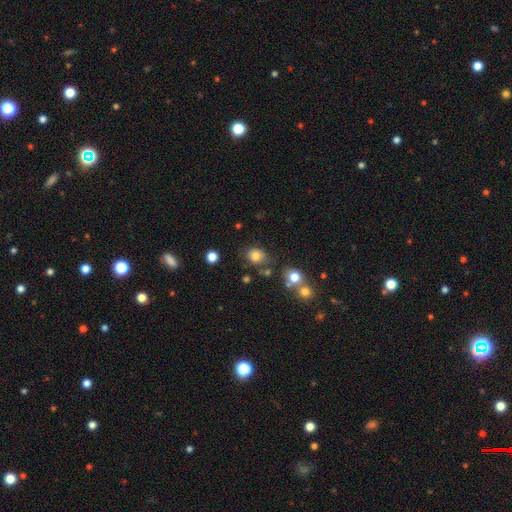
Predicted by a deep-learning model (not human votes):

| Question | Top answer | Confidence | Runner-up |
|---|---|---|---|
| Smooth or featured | smooth | 79% | star or artifact (13%) |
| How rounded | round | 67% | in between (32%) |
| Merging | none | 69% | minor disturbance (18%) |